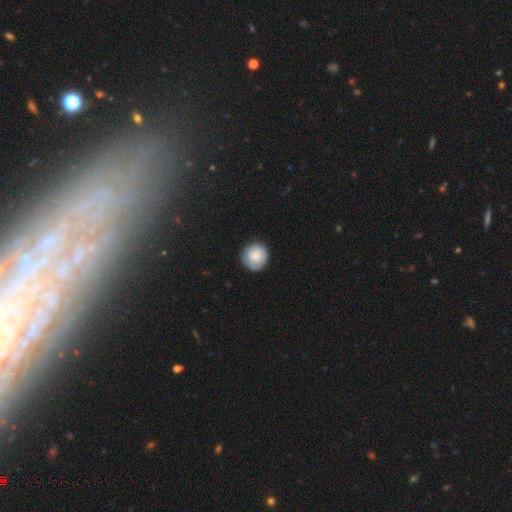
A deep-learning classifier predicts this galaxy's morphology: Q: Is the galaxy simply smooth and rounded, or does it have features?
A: smooth — 82%.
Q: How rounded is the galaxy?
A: round — 94%.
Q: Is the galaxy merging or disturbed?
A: none — 82%.